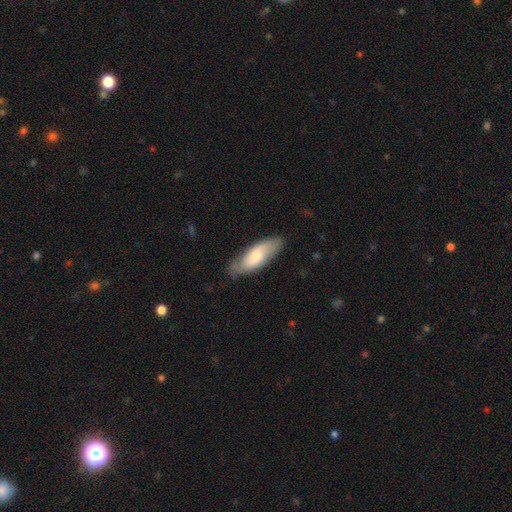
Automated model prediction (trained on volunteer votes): smooth 65%, featured or disk 30%, star or artifact 5%. Down the decision tree: how rounded — in between (68%); merging — none (76%).